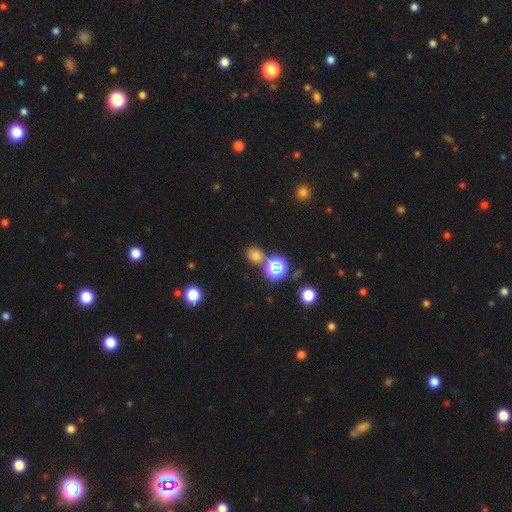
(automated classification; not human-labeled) A smooth galaxy with no disk features (67%) that is round (74%). Merging: none (73%).